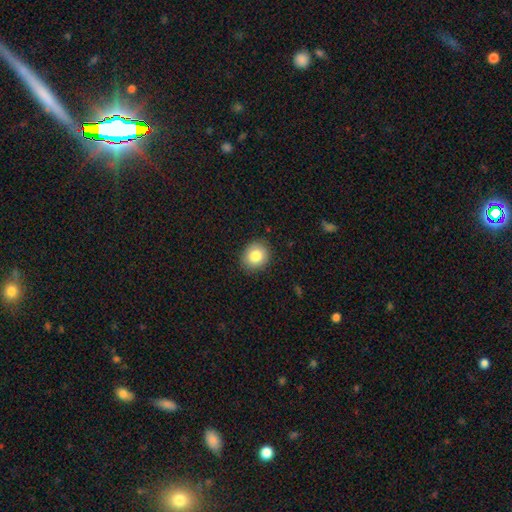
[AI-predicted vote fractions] Morphology: type=smooth (84%); roundness=round (71%); merging=none (88%).